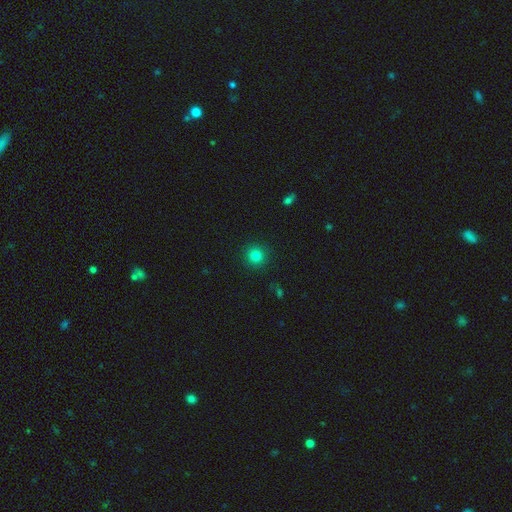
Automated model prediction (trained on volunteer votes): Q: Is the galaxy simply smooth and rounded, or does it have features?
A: smooth — 81%.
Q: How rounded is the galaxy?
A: round — 94%.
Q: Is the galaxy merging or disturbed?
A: none — 91%.